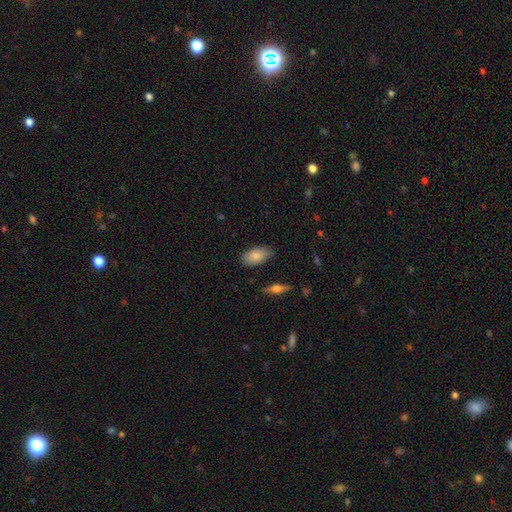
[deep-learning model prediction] The model was most divided on "merging": none: 80%, minor disturbance: 15%, major disturbance: 3%, merger: 2%. More confident: how rounded — in between (92%); smooth or featured — smooth (83%).